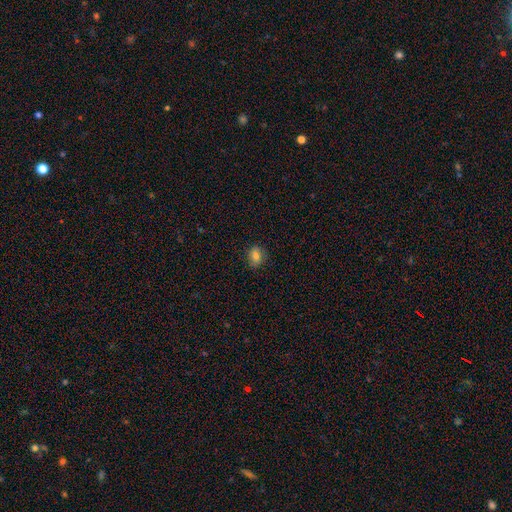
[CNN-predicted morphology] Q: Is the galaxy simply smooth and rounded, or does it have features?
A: smooth — 79%.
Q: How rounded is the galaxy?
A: in between — 54%.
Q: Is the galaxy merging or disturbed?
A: none — 83%.